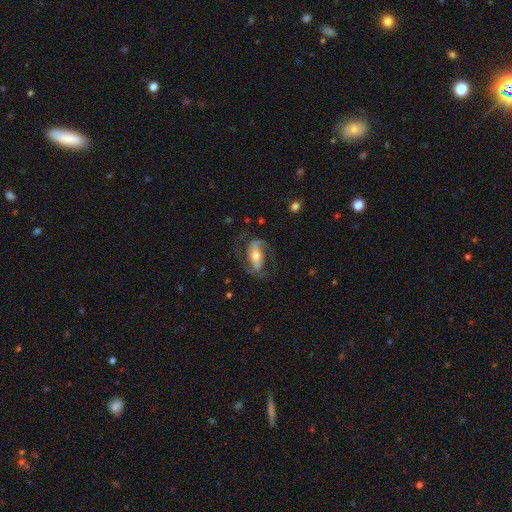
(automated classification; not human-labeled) Morphology: type=featured or disk (82%); edge-on=no (95%); bar=strong (44%); spiral arms=yes (93%); winding=medium (52%); arm count=2 (86%); bulge=moderate (62%); merging=none (68%).